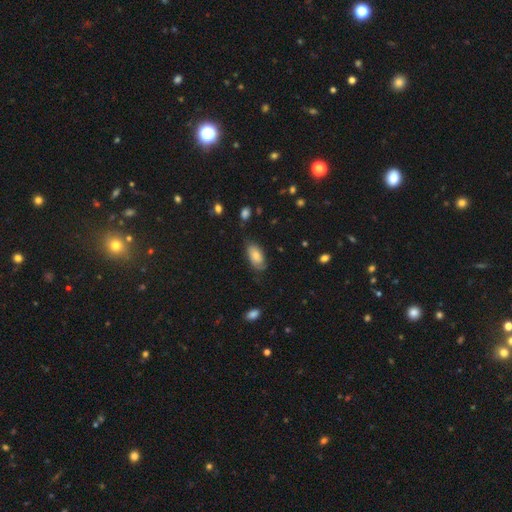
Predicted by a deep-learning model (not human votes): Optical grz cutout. It shows a smooth galaxy with no disk features (63%) that is in between round and cigar-shaped (91%). Merging: none (60%).